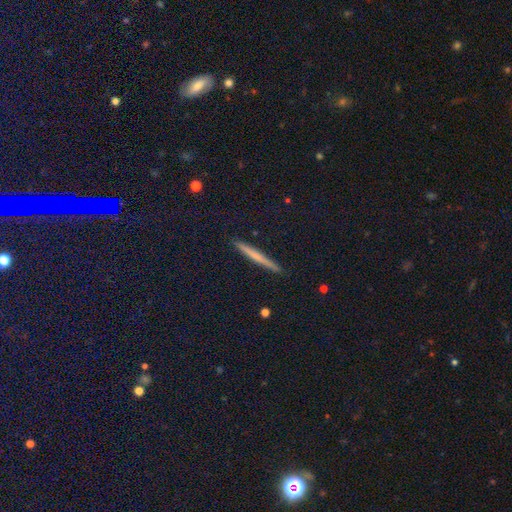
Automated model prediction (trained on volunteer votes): Smooth or featured? smooth (53%)
How rounded? cigar-shaped (94%)
Merging? none (92%)